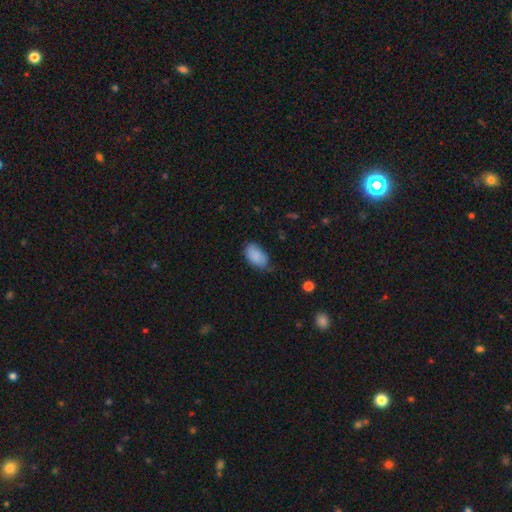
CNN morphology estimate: Q: Smooth or featured?
A: smooth (86%); runner-up: star or artifact (8%)
Q: How rounded?
A: in between (92%); runner-up: round (6%)
Q: Merging?
A: none (53%); runner-up: minor disturbance (37%)